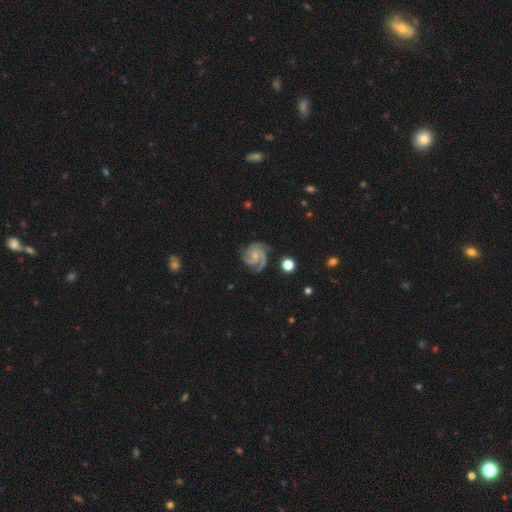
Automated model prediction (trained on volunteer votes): smooth-or-featured: featured or disk: 89% | smooth: 6% | star or artifact: 5%
  disk-edge-on: no: 98% | yes: 2%
    bar: no: 64% | weak: 30% | strong: 6%
    has-spiral-arms: yes: 98% | no: 2%
      spiral-winding: tight: 51% | medium: 42% | loose: 7%
      spiral-arm-count: 3: 47% | 2: 34% | can't tell: 7% | 4: 5% | 1: 4% | more than 4: 3%
    bulge-size: small: 63% | moderate: 26% | none: 9% | large: 1% | dominant: 1%
  merging: none: 72% | minor disturbance: 18% | major disturbance: 8% | merger: 2%